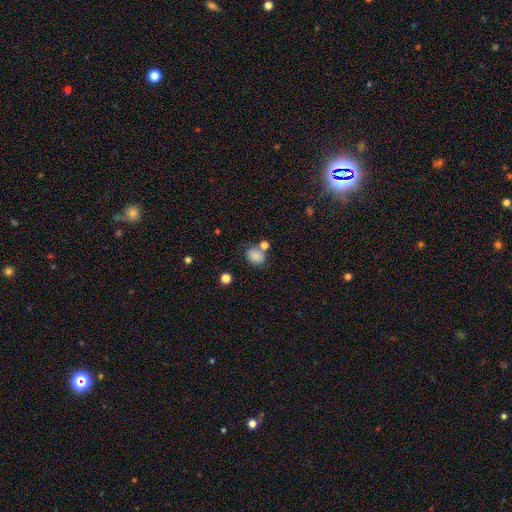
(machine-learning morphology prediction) type=smooth (83%); roundness=round (55%); merging=none (58%).